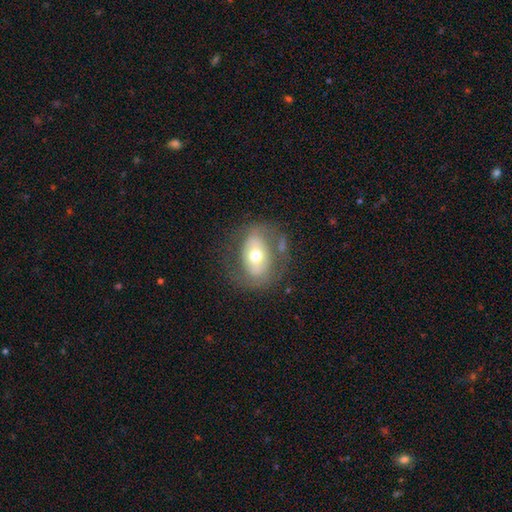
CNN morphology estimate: featured or disk 53%, smooth 40%, star or artifact 8%. Down the decision tree: edge-on disk — no (91%); merging — none (60%).